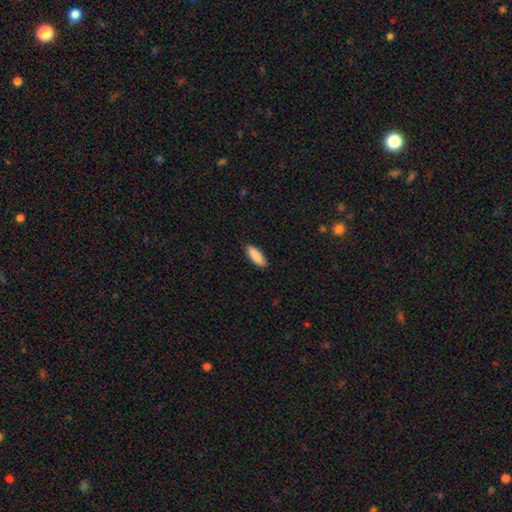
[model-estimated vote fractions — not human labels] Smooth or featured? Predicted: smooth (p=0.89). How rounded? Predicted: in between (p=0.61). Merging? Predicted: none (p=0.88).